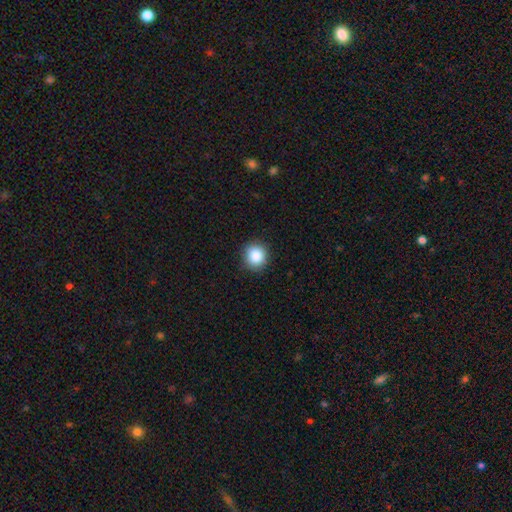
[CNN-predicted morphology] Smooth or featured? smooth (86%)
How rounded? round (89%)
Merging? none (88%)